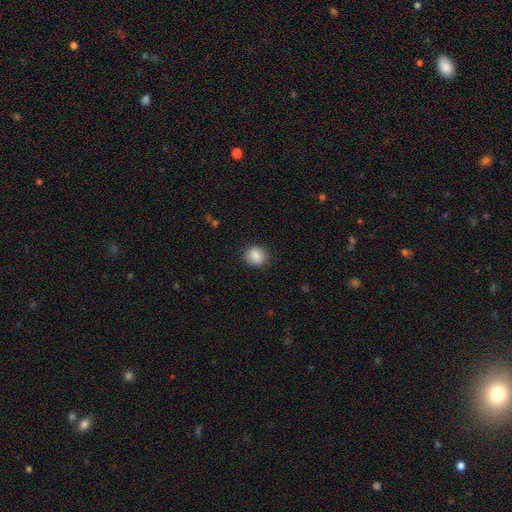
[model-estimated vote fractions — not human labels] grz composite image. It shows a smooth galaxy with no disk features (87%) that is round (61%). Merging: none (85%).